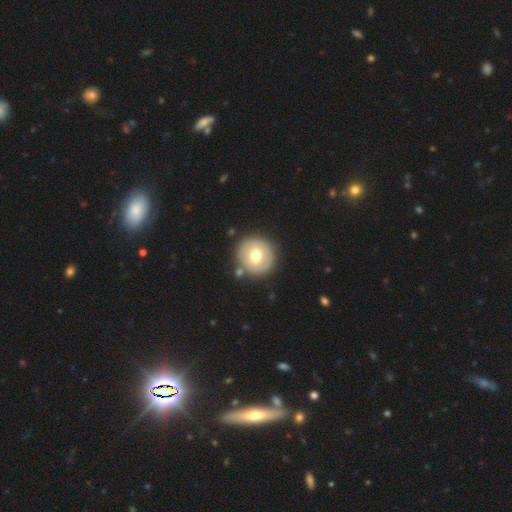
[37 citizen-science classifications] Smooth or featured? smooth (54%)
How rounded? round (90%)
Merging? none (78%)